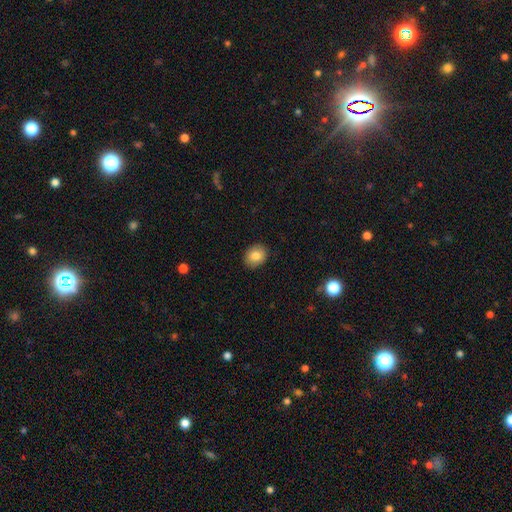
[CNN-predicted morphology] smooth_or_featured: smooth (p=0.83) [alt: star or artifact p=0.09]
how_rounded: round (p=0.57) [alt: in between p=0.42]
merging: none (p=0.88) [alt: minor disturbance p=0.09]